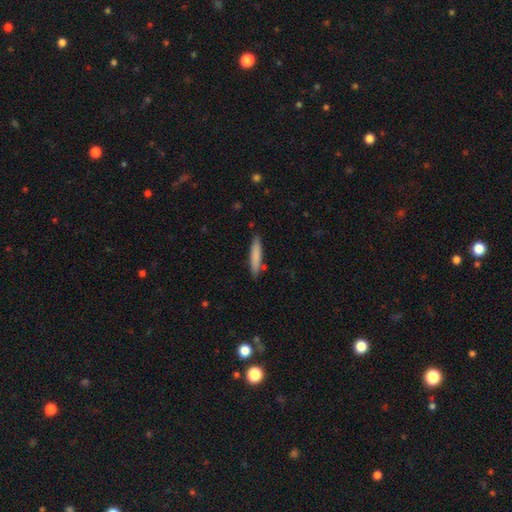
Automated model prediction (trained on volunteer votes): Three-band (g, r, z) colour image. It shows a smooth galaxy with no disk features (81%) that is cigar-shaped (88%). Merging: none (84%).